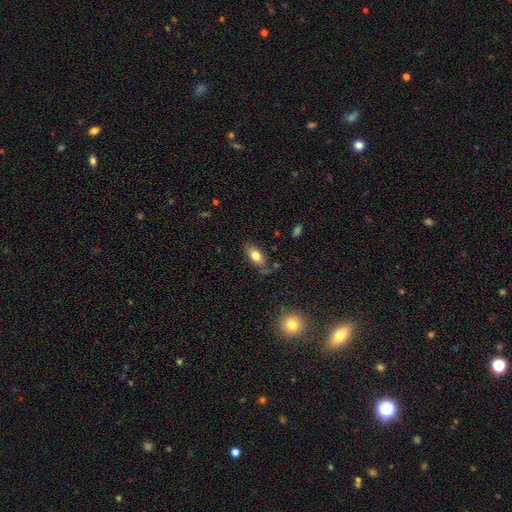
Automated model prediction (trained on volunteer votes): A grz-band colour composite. It shows a smooth galaxy with no disk features (77%) that is in between round and cigar-shaped (89%). Merging: none (68%).